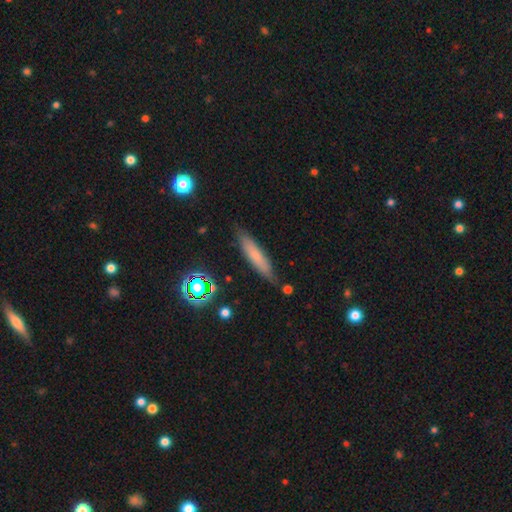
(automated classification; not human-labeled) Morphology: type=smooth (67%); roundness=cigar-shaped (84%); merging=none (82%).